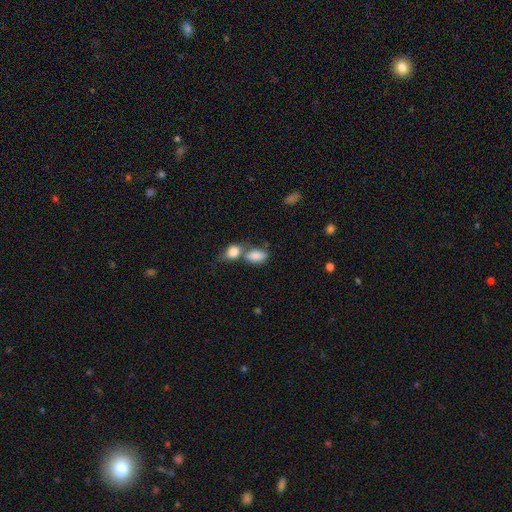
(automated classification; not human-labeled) Smooth or featured: smooth — 85% (featured or disk — 8%)
How rounded: in between — 88% (round — 10%)
Merging: merger — 58% (none — 27%)